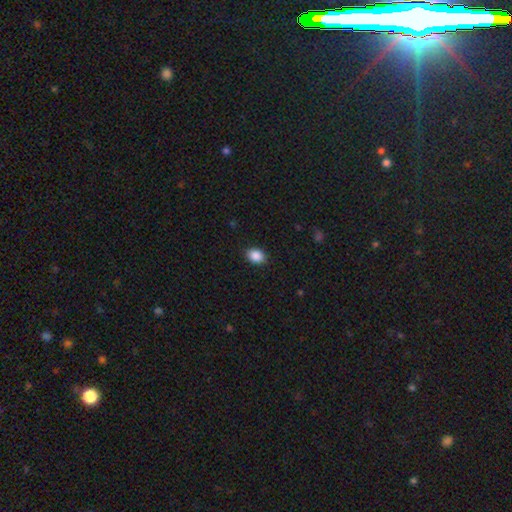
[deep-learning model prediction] smooth-or-featured: smooth: 89% | star or artifact: 8% | featured or disk: 3%
  how-rounded: in between: 64% | round: 35% | cigar-shaped: 1%
  merging: none: 89% | minor disturbance: 8% | major disturbance: 2% | merger: 1%